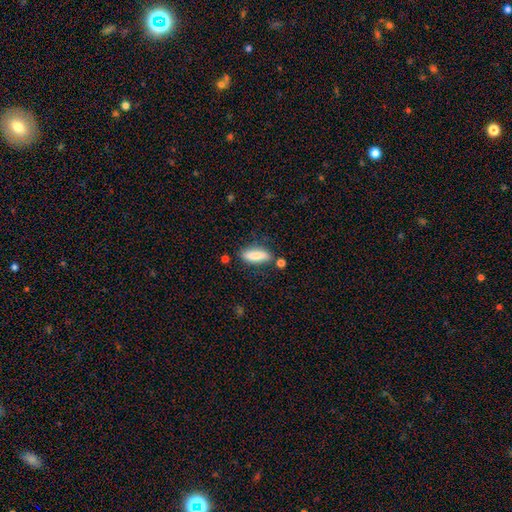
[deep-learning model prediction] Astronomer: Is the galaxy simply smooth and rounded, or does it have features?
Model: smooth — 82%.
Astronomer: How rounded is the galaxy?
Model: in between — 54% (runner-up: cigar-shaped, 43%).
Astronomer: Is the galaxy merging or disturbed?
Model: none — 77%.